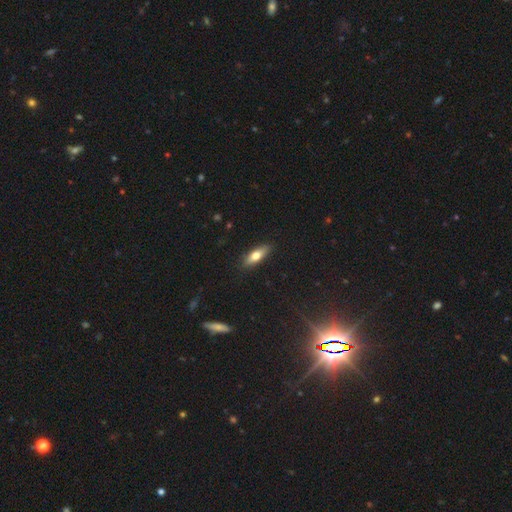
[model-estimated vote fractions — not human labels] Smooth or featured?
  - smooth: 67% *
  - featured or disk: 27%
  - star or artifact: 6%
How rounded?
  - in between: 56% *
  - cigar-shaped: 42%
  - round: 3%
Merging?
  - none: 89% *
  - minor disturbance: 9%
  - major disturbance: 2%
  - merger: 1%